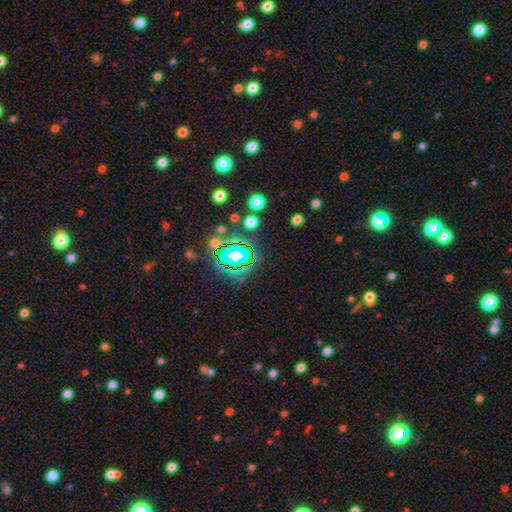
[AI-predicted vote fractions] Smooth or featured? star or artifact (80%)